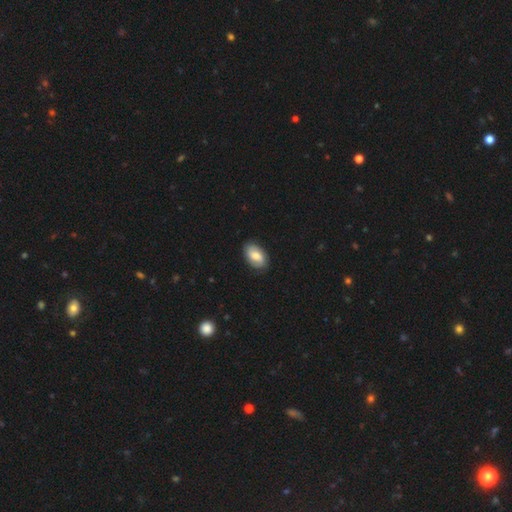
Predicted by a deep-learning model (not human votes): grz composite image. It shows a smooth galaxy with no disk features (56%) that is in between round and cigar-shaped (92%). Merging: none (83%).